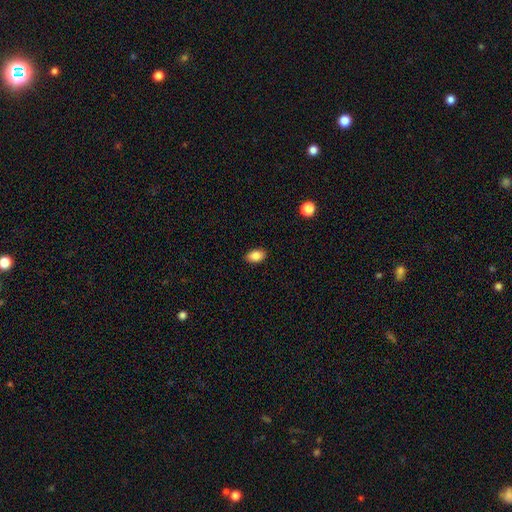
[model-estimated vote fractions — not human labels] This is clearly a smooth galaxy (87%). How rounded: clearly in between (90%). Merging: clearly none (88%).